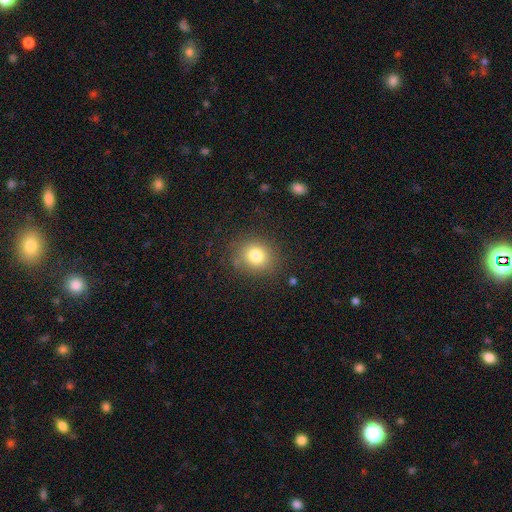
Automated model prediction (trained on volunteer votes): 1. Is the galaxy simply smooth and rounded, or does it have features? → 79% smooth, 13% star or artifact, 9% featured or disk.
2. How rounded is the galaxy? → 77% round, 22% in between, 1% cigar-shaped.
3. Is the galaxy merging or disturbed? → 83% none, 11% minor disturbance, 4% major disturbance, 2% merger.